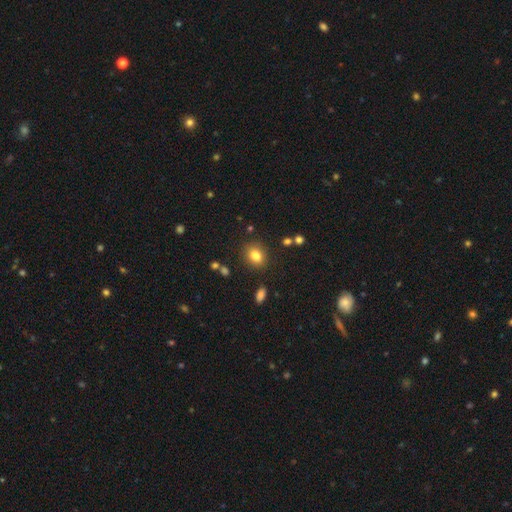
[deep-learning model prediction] smooth_or_featured: smooth (p=0.82) [alt: star or artifact p=0.11]
how_rounded: in between (p=0.54) [alt: round p=0.45]
merging: none (p=0.83) [alt: minor disturbance p=0.11]